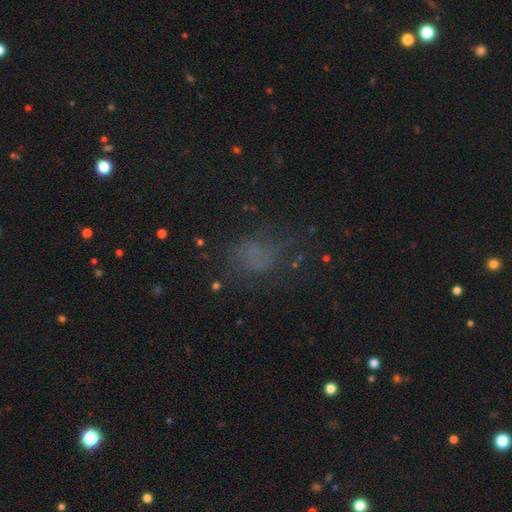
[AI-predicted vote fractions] smooth 49%, star or artifact 28%, featured or disk 23%. Down the decision tree: merging — none (53%).